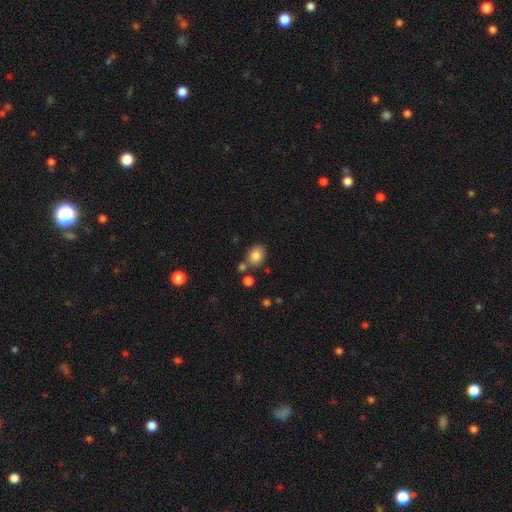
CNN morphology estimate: The model was most divided on "how rounded": in between: 62%, round: 37%, cigar-shaped: 1%. More confident: smooth or featured — smooth (84%); merging — none (69%).